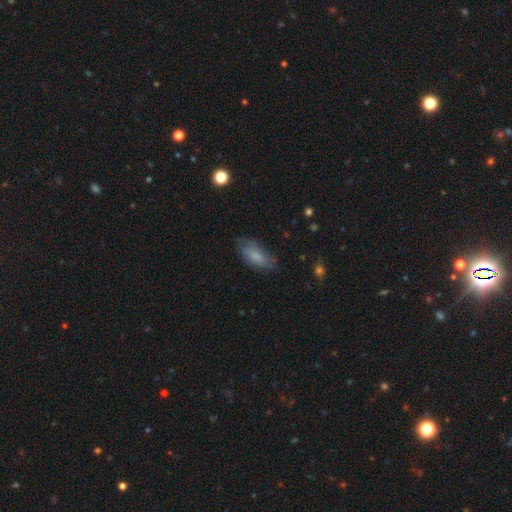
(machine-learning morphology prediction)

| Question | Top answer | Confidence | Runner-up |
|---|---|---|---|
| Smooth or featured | smooth | 73% | featured or disk (20%) |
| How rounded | in between | 85% | cigar-shaped (12%) |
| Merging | none | 65% | minor disturbance (25%) |